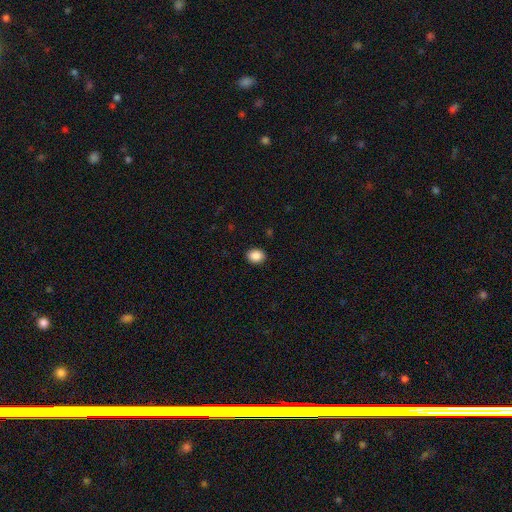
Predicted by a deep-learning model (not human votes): Smooth or featured? Predicted: smooth (p=0.89). How rounded? Predicted: in between (p=0.53). Merging? Predicted: none (p=0.90).